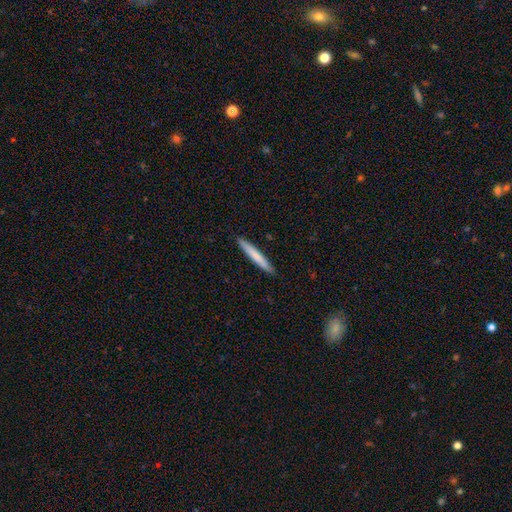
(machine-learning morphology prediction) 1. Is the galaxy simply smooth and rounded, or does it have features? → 75% smooth, 20% featured or disk, 5% star or artifact.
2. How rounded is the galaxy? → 96% cigar-shaped, 3% in between, 1% round.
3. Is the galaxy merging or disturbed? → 91% none, 7% minor disturbance, 1% major disturbance, 1% merger.